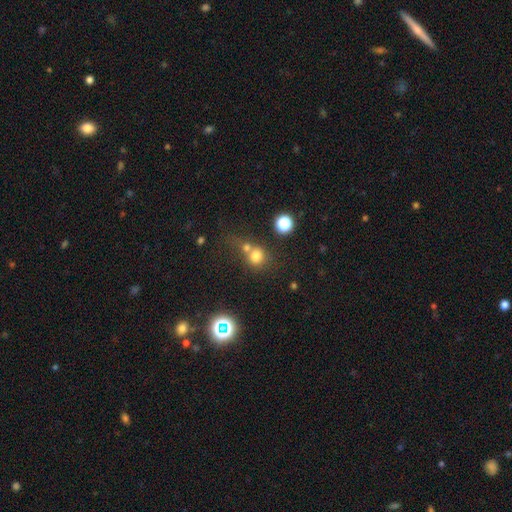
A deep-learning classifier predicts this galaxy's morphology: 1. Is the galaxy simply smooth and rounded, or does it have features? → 73% smooth, 17% star or artifact, 10% featured or disk.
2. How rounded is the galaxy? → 83% round, 16% in between, 1% cigar-shaped.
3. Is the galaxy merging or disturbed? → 43% merger, 42% none, 9% minor disturbance, 6% major disturbance.